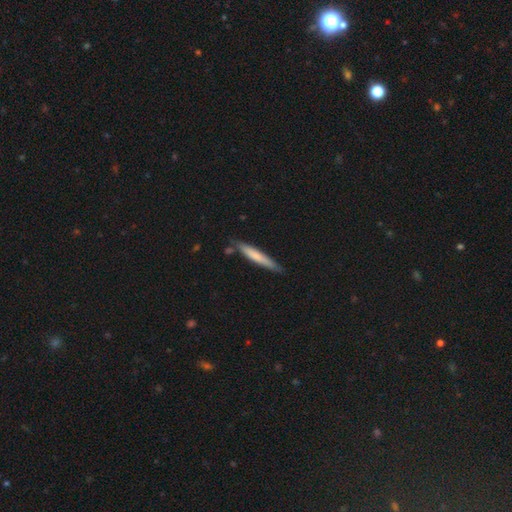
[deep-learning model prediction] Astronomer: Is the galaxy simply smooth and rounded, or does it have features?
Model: smooth — 67%.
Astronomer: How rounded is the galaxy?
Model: cigar-shaped — 94%.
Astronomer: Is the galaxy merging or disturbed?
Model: none — 79%.